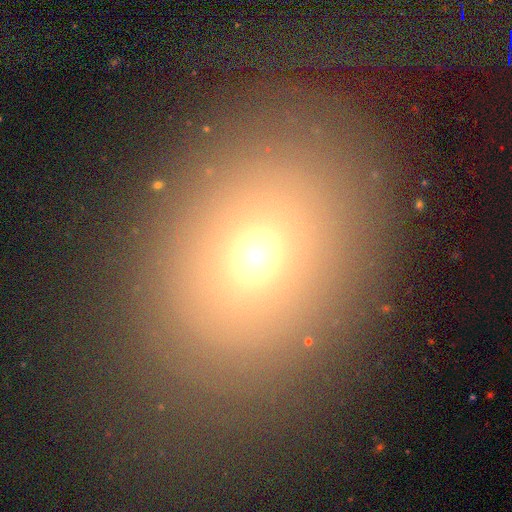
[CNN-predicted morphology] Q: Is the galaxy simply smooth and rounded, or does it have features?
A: smooth — 66%.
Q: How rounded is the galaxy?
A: round — 50%.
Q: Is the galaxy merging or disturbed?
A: none — 81%.